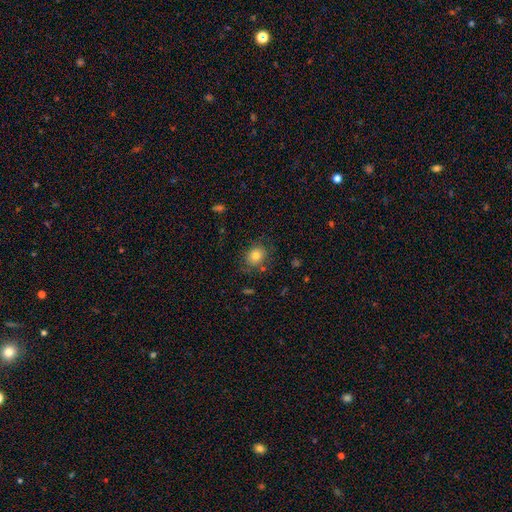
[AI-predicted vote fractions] Overall: smooth (78%). How rounded: round (68%; in between 31%). Merging: none (79%).